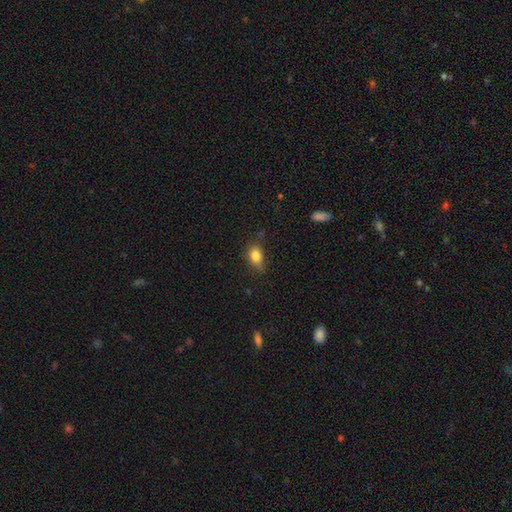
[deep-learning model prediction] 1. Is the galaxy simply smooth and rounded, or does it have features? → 83% smooth, 10% star or artifact, 7% featured or disk.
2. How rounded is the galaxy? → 77% in between, 20% round, 3% cigar-shaped.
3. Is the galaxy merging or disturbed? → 62% none, 29% minor disturbance, 7% major disturbance, 2% merger.